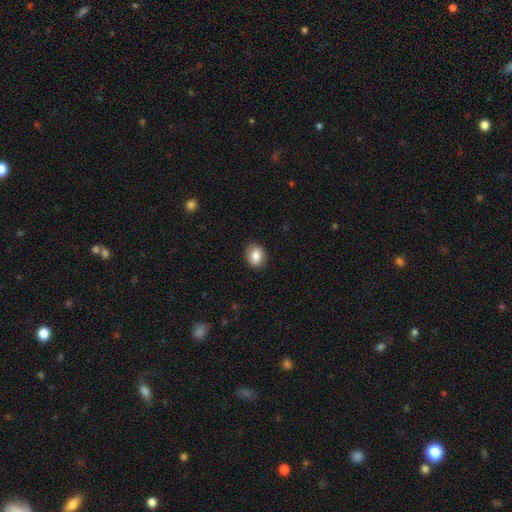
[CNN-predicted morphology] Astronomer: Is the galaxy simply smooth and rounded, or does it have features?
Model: smooth — 85%.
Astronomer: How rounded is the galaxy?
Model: in between — 59% (runner-up: round, 40%).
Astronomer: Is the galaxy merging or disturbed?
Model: none — 87%.